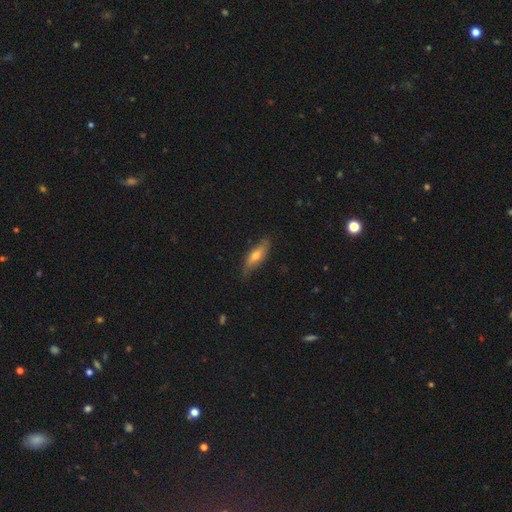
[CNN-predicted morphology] Smooth or featured: smooth — 59% (featured or disk — 35%)
How rounded: in between — 51% (cigar-shaped — 46%)
Merging: none — 76% (minor disturbance — 20%)